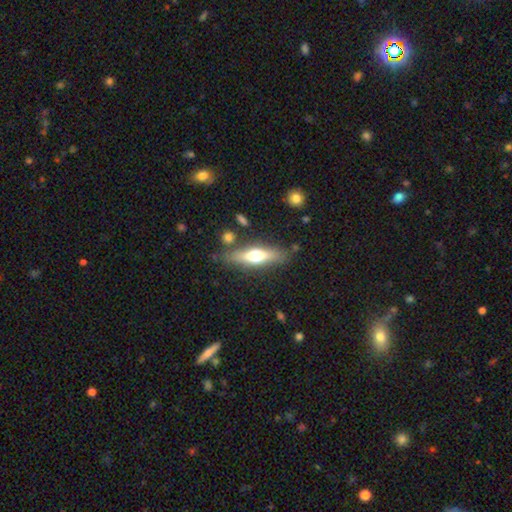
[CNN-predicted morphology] Smooth or featured? Predicted: featured or disk (p=0.50). Merging? Predicted: none (p=0.80).